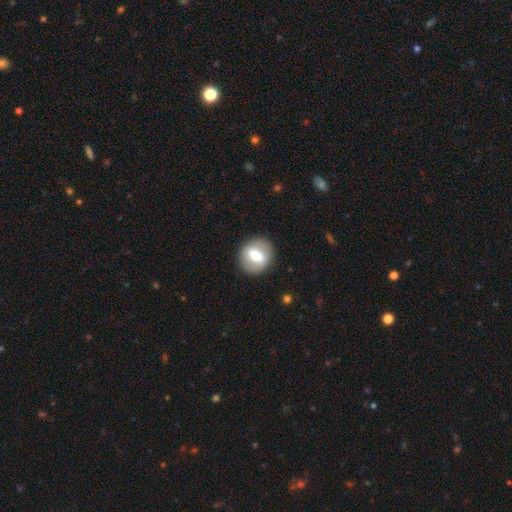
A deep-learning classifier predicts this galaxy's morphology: Smooth or featured?
  - smooth: 56% *
  - featured or disk: 37%
  - star or artifact: 7%
How rounded?
  - round: 67% *
  - in between: 32%
  - cigar-shaped: 1%
Merging?
  - none: 87% *
  - minor disturbance: 9%
  - major disturbance: 3%
  - merger: 1%